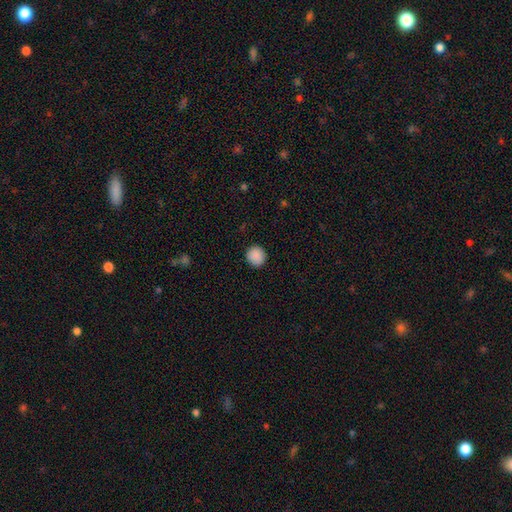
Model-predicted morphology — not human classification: The model was most divided on "smooth or featured": smooth: 90%, star or artifact: 8%, featured or disk: 2%. More confident: merging — none (91%); how rounded — round (91%).